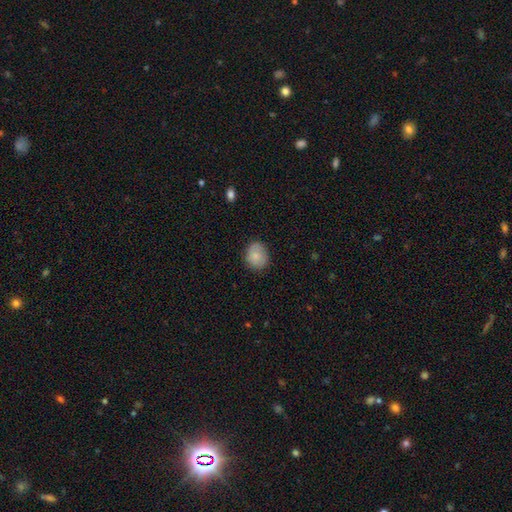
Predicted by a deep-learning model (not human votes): smooth_or_featured: smooth (p=0.85) [alt: star or artifact p=0.08]
how_rounded: round (p=0.67) [alt: in between p=0.32]
merging: none (p=0.80) [alt: minor disturbance p=0.16]